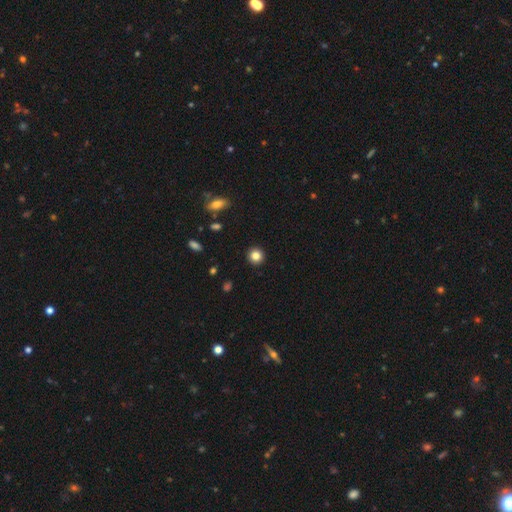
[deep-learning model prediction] Smooth or featured: smooth — 84% (star or artifact — 11%)
How rounded: round — 93% (in between — 6%)
Merging: none — 92% (minor disturbance — 5%)